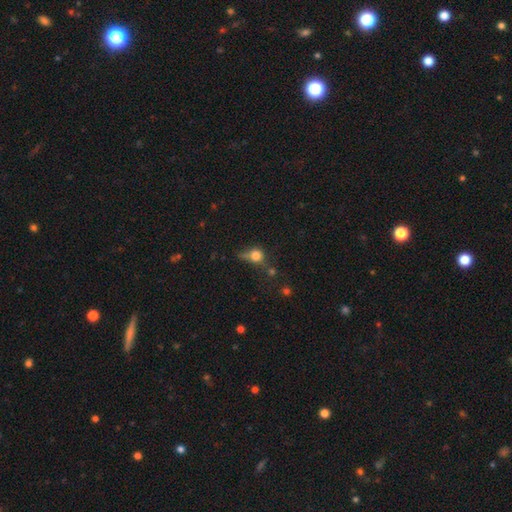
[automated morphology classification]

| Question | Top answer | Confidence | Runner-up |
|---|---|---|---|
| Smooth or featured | smooth | 75% | star or artifact (14%) |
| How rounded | round | 78% | in between (19%) |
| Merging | none | 43% | minor disturbance (24%) |